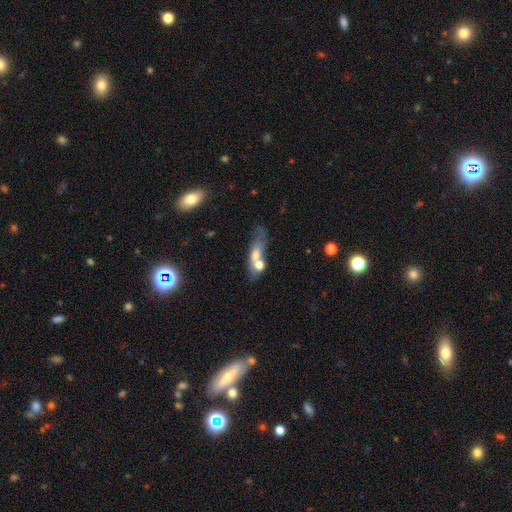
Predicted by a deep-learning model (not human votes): Q: Smooth or featured?
A: smooth (57%); runner-up: featured or disk (34%)
Q: How rounded?
A: in between (48%); runner-up: cigar-shaped (40%)
Q: Merging?
A: merger (44%); runner-up: none (29%)